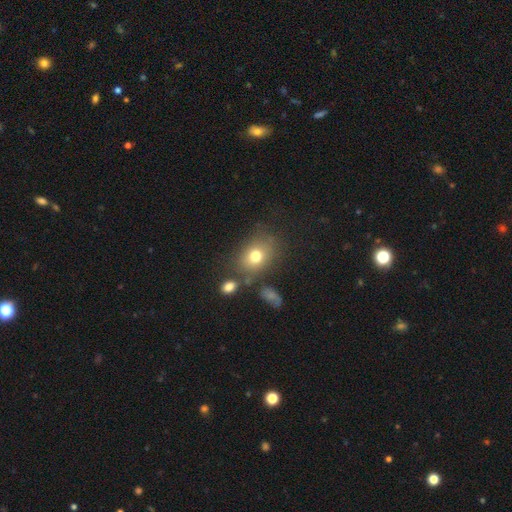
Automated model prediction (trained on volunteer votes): Overall: smooth (74%). How rounded: in between (58%; round 41%). Merging: none (67%).